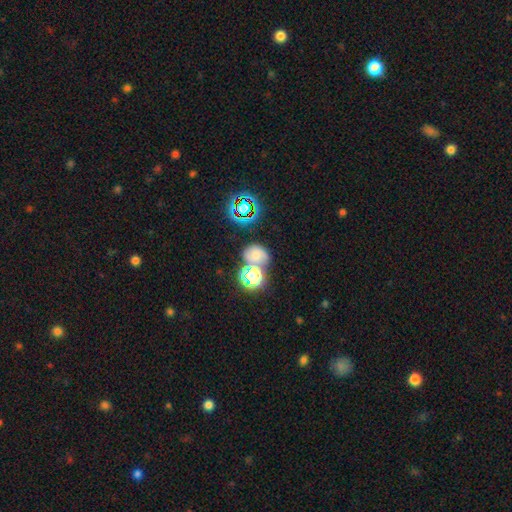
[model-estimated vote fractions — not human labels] Smooth or featured? smooth (52%)
How rounded? round (54%)
Merging? none (45%)